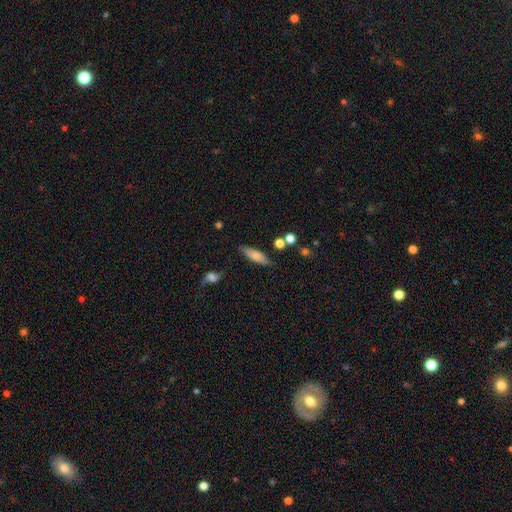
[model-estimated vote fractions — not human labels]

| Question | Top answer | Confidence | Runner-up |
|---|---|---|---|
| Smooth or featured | smooth | 69% | featured or disk (23%) |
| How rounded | cigar-shaped | 49% | in between (48%) |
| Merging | none | 77% | minor disturbance (15%) |